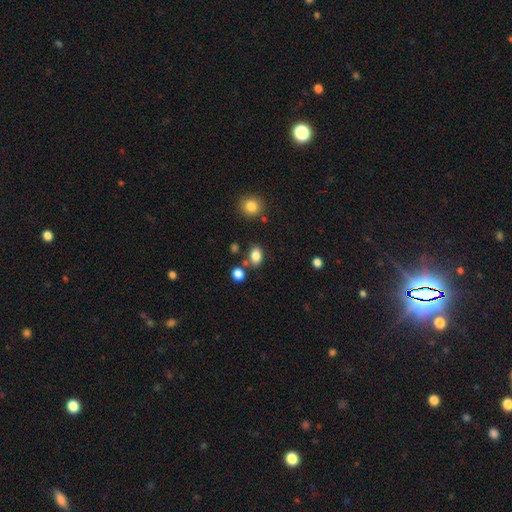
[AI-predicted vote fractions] Smooth or featured? smooth (83%)
How rounded? in between (73%)
Merging? none (74%)